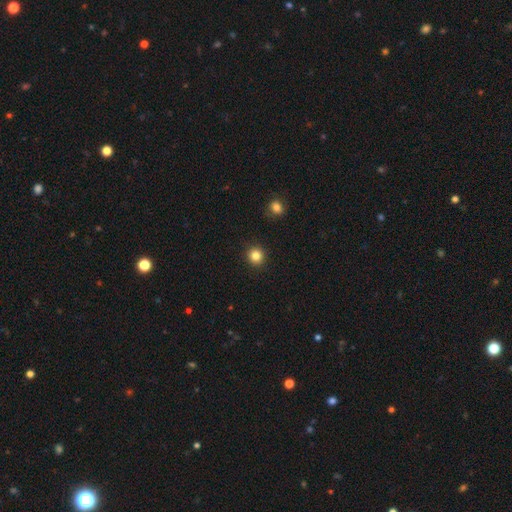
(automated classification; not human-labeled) smooth-or-featured: smooth: 84% | star or artifact: 12% | featured or disk: 4%
  how-rounded: round: 93% | in between: 6% | cigar-shaped: 1%
  merging: none: 92% | minor disturbance: 5% | major disturbance: 2% | merger: 1%